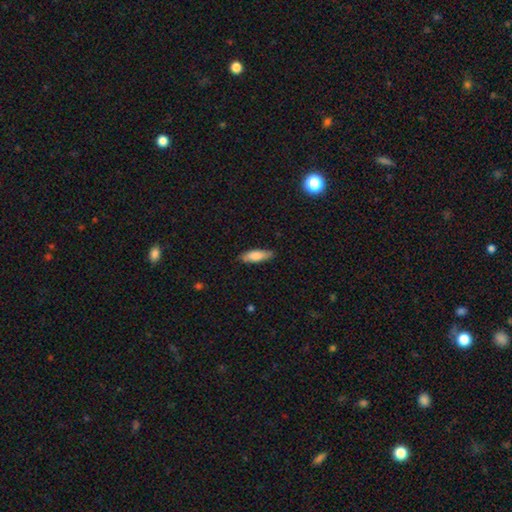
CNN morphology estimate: This is clearly a smooth galaxy (81%). How rounded: possibly in between (57%). Merging: clearly none (83%).